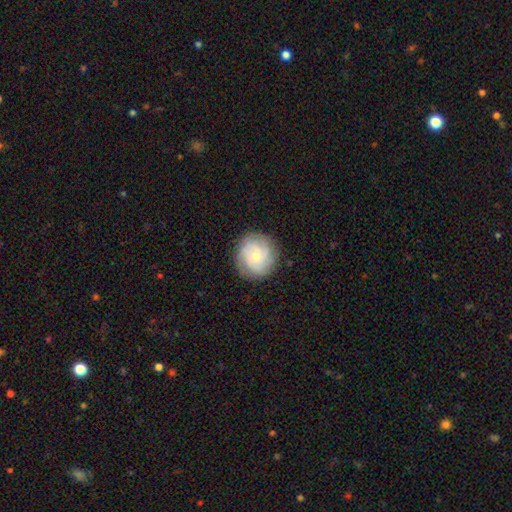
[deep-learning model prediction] A featured or disk galaxy (60%) with no bar (76%), tight (60%) spiral arms (88%) and a small central bulge (65%). Merging: none (83%).